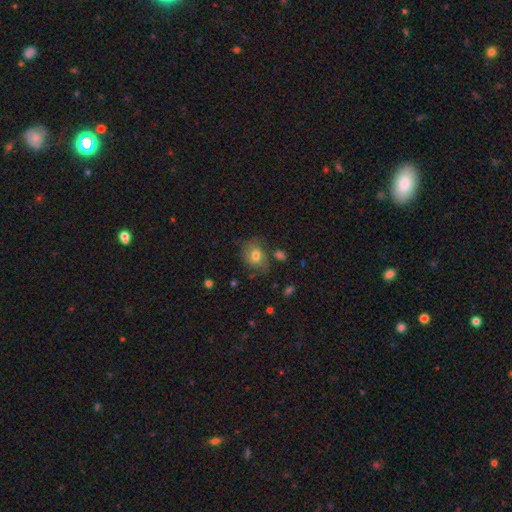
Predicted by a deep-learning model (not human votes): The model was most divided on "how rounded": in between: 53%, round: 46%, cigar-shaped: 1%. More confident: smooth or featured — smooth (69%); merging — none (63%).